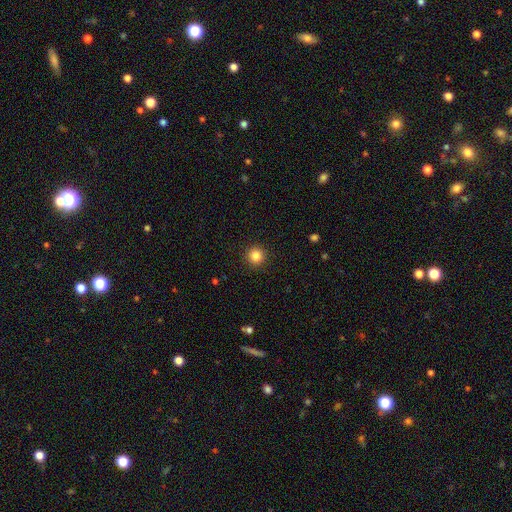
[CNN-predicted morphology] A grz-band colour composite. It shows a smooth galaxy with no disk features (84%) that is round (96%). Merging: none (93%).